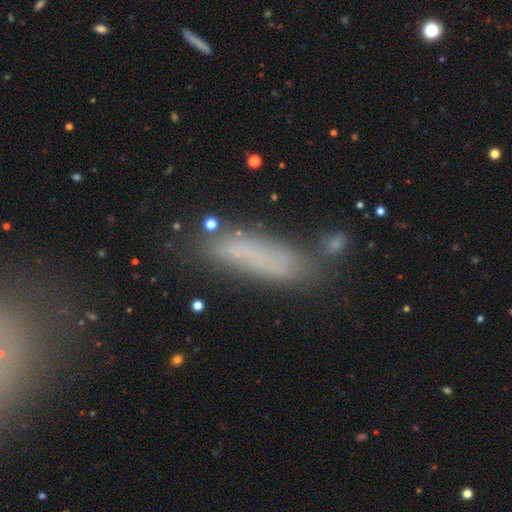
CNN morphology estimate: Smooth or featured? Predicted: smooth (p=0.65). How rounded? Predicted: cigar-shaped (p=0.66). Merging? Predicted: none (p=0.56).